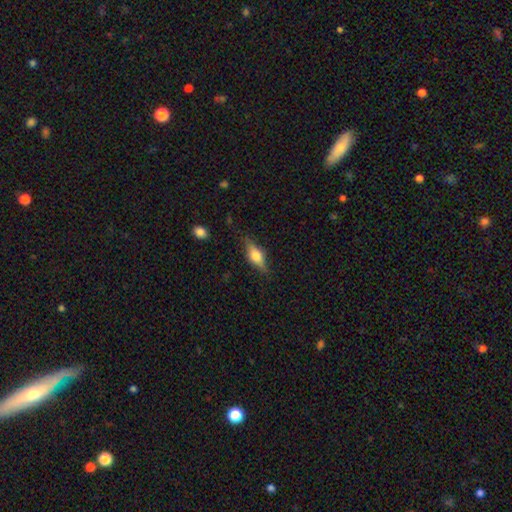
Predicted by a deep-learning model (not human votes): This is possibly a featured or disk galaxy (48%). Merging: clearly none (80%).